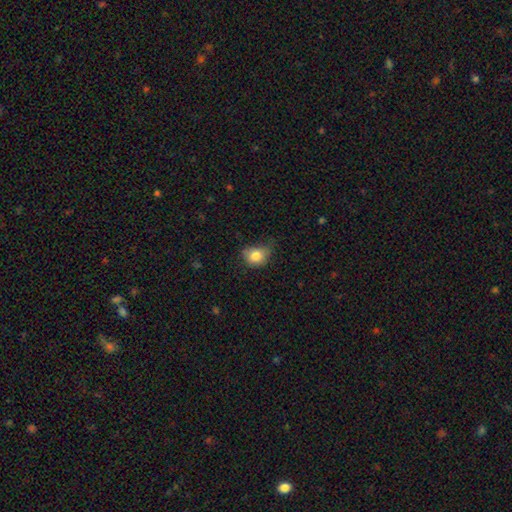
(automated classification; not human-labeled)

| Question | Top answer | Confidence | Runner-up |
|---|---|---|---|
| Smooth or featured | smooth | 82% | star or artifact (9%) |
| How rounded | round | 56% | in between (43%) |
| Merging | none | 47% | minor disturbance (39%) |